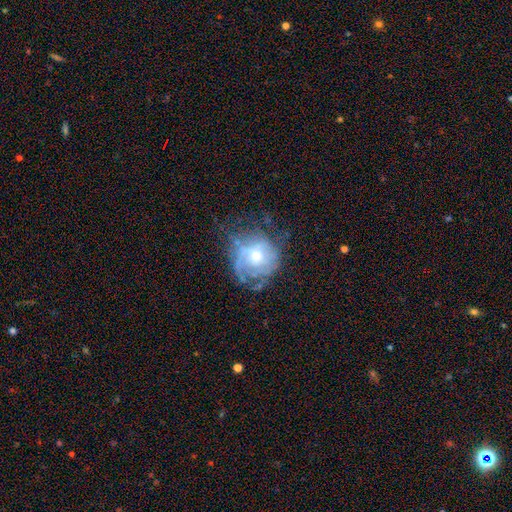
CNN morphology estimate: Smooth or featured? Predicted: featured or disk (p=0.65). Edge-on disk? Predicted: no (p=0.97). Bar? Predicted: no (p=0.78). Spiral arms? Predicted: yes (p=0.68). Bulge size? Predicted: moderate (p=0.62). Merging? Predicted: none (p=0.50).